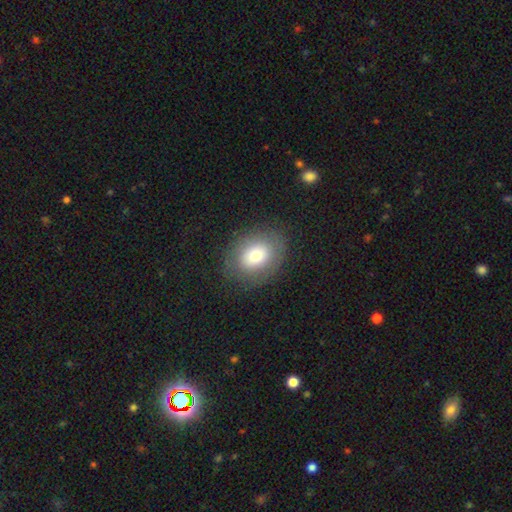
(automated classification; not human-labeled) A smooth galaxy with no disk features (73%) that is in between round and cigar-shaped (57%).

Vote fractions:
- Smooth or featured? smooth: 73% / featured or disk: 17% / star or artifact: 10%
- How rounded? in between: 57% / round: 42% / cigar-shaped: 1%
- Merging? none: 82% / minor disturbance: 11% / major disturbance: 5% / merger: 1%